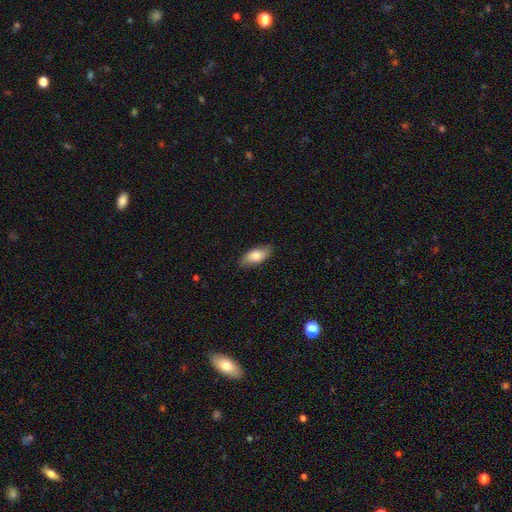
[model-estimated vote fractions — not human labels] Morphology: type=smooth (78%); roundness=in between (86%); merging=none (85%).